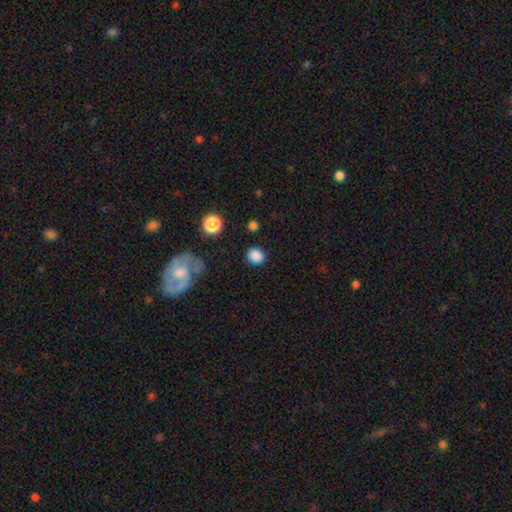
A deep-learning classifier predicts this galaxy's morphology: Q: Smooth or featured?
A: smooth (85%); runner-up: star or artifact (11%)
Q: How rounded?
A: round (73%); runner-up: in between (26%)
Q: Merging?
A: none (86%); runner-up: minor disturbance (8%)